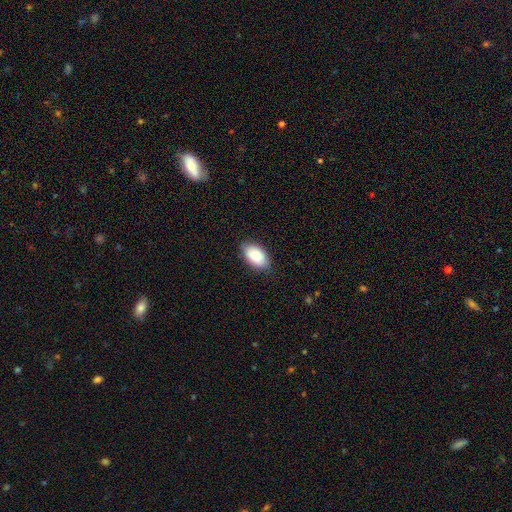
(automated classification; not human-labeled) This appears to be a smooth galaxy with no disk features (86%) that is in between round and cigar-shaped (93%). Merging: none (82%).